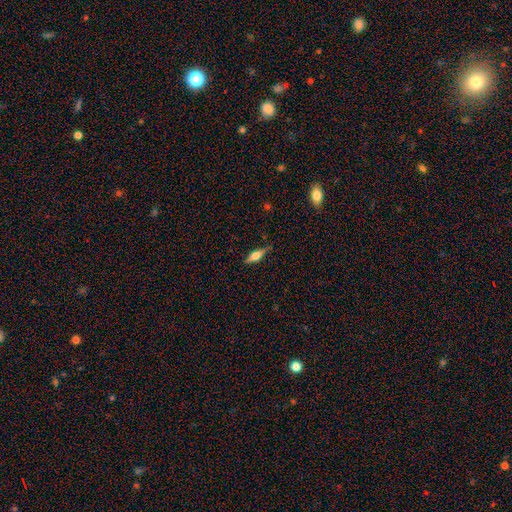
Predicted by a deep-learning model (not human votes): Q: Smooth or featured?
A: featured or disk (57%); runner-up: smooth (36%)
Q: Edge-on disk?
A: yes (95%); runner-up: no (5%)
Q: Edge-on bulge?
A: rounded (88%); runner-up: boxy (10%)
Q: Merging?
A: none (81%); runner-up: minor disturbance (14%)